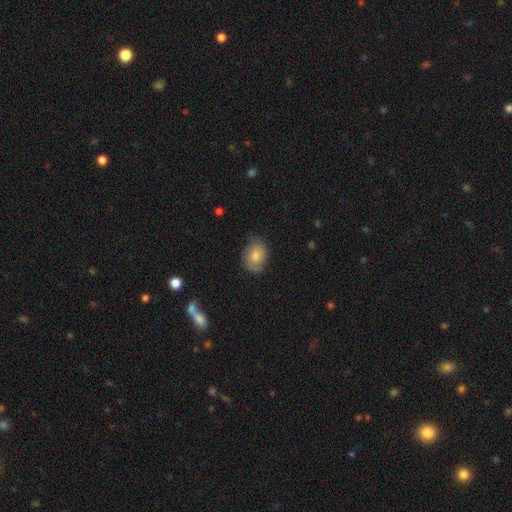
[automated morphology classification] This is likely a smooth galaxy (73%). How rounded: possibly in between (59%). Merging: likely none (68%).